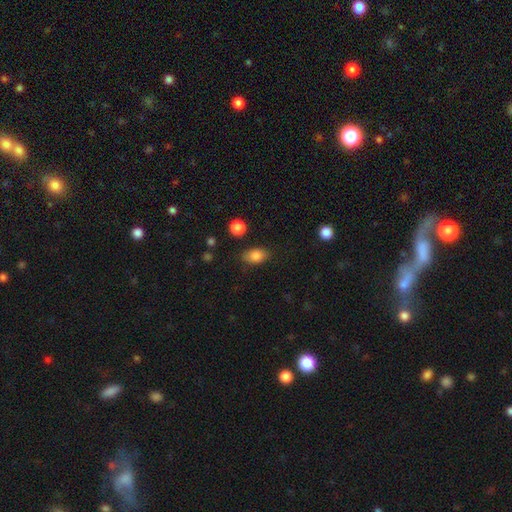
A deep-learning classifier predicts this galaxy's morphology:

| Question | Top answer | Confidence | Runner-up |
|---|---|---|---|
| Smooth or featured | smooth | 84% | star or artifact (9%) |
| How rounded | in between | 83% | round (14%) |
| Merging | none | 79% | minor disturbance (15%) |